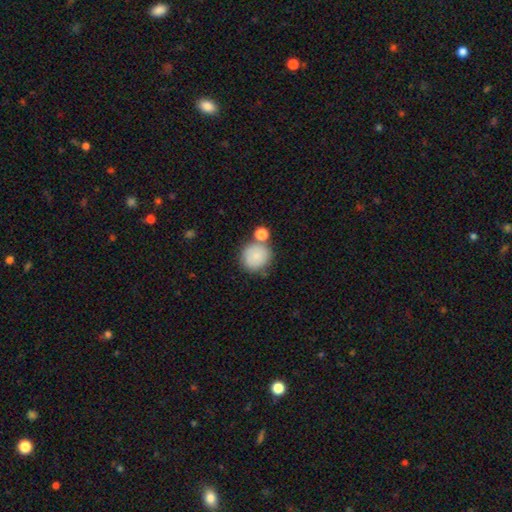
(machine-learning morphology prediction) smooth_or_featured: smooth (p=0.82) [alt: featured or disk p=0.10]
how_rounded: round (p=0.89) [alt: in between p=0.10]
merging: none (p=0.65) [alt: merger p=0.18]